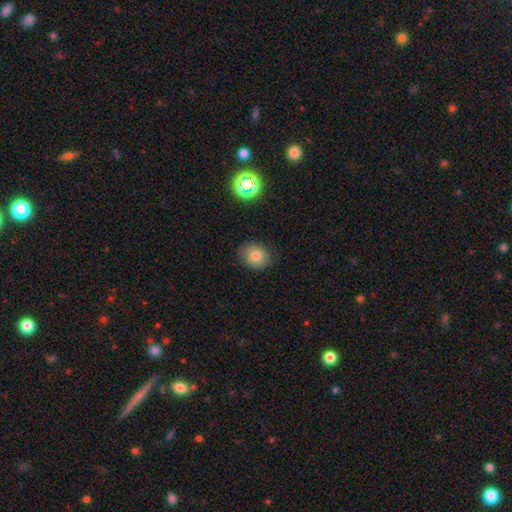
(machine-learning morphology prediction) This is likely a smooth galaxy (76%). How rounded: likely round (64%). Merging: clearly none (85%).